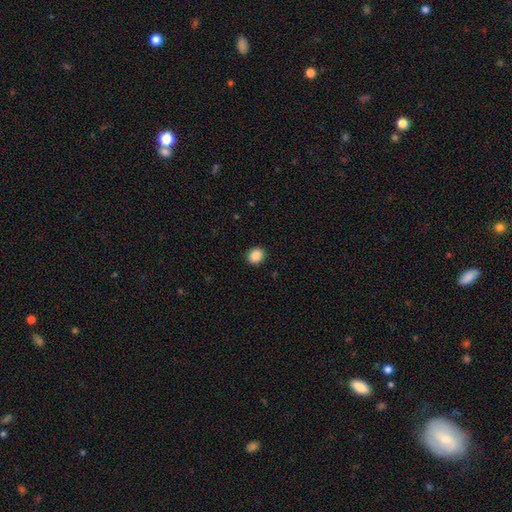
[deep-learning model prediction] Smooth or featured?
  - smooth: 88% *
  - star or artifact: 9%
  - featured or disk: 3%
How rounded?
  - round: 68% *
  - in between: 31%
  - cigar-shaped: 1%
Merging?
  - none: 91% *
  - minor disturbance: 6%
  - major disturbance: 2%
  - merger: 1%